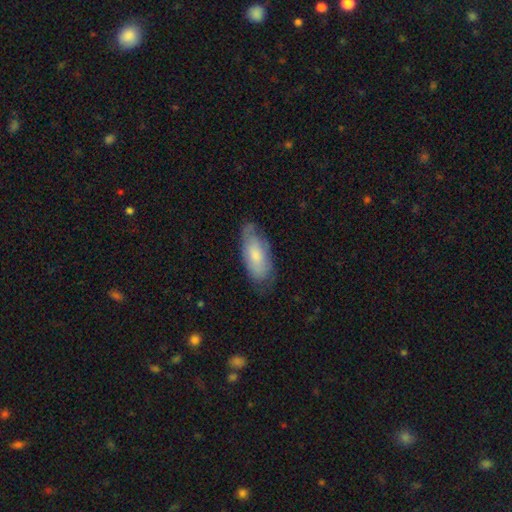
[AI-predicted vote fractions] smooth 68%, featured or disk 26%, star or artifact 6%. Down the decision tree: how rounded — in between (83%); merging — none (65%).